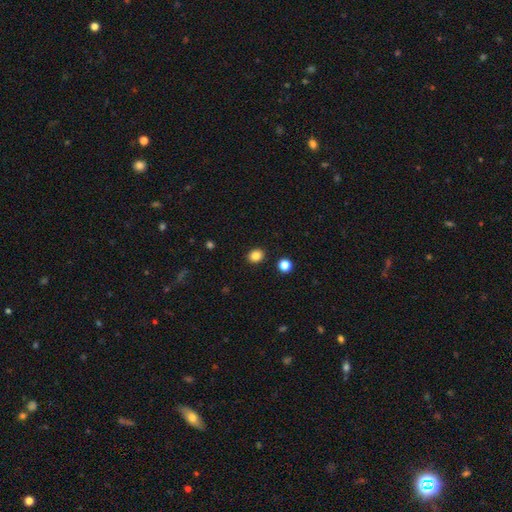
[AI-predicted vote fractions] Morphology: type=smooth (85%); roundness=round (63%); merging=none (90%).